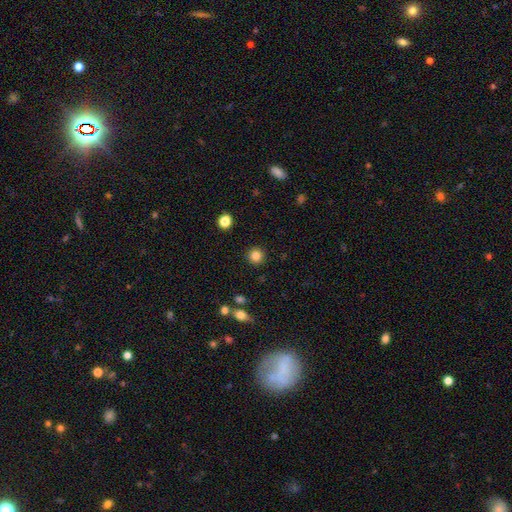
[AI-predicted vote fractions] Smooth or featured: smooth — 84% (star or artifact — 11%)
How rounded: round — 94% (in between — 5%)
Merging: none — 91% (minor disturbance — 5%)